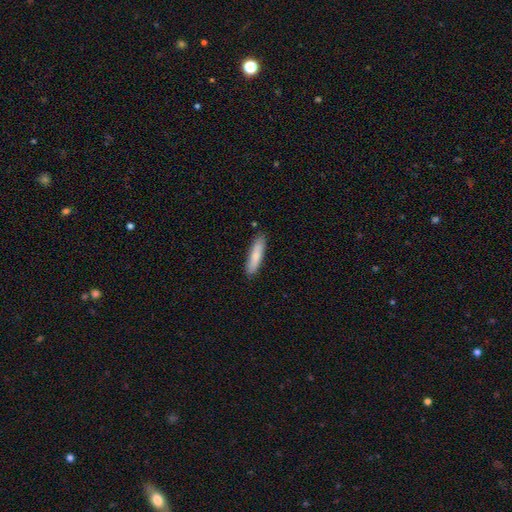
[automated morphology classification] The model was most divided on "how rounded": cigar-shaped: 75%, in between: 24%, round: 1%. More confident: merging — none (86%); smooth or featured — smooth (80%).